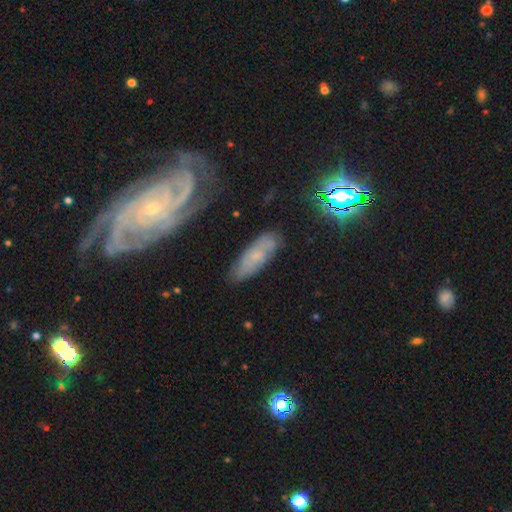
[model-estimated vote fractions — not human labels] Overall: featured or disk (54%; smooth 35%). Edge-on disk: no (84%). Merging: none (71%).